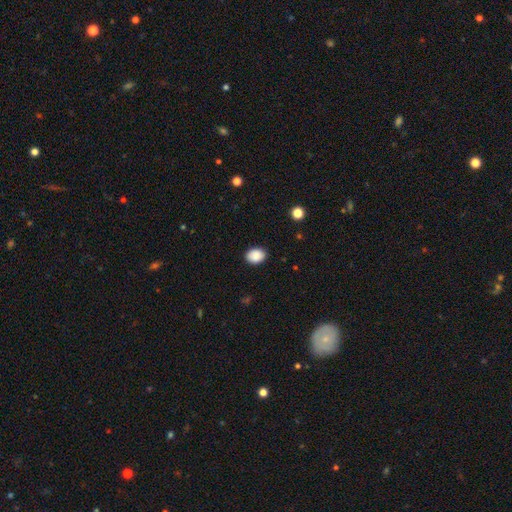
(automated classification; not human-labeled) smooth-or-featured: smooth: 89% | star or artifact: 8% | featured or disk: 4%
  how-rounded: in between: 69% | round: 30% | cigar-shaped: 1%
  merging: none: 86% | minor disturbance: 10% | major disturbance: 2% | merger: 1%